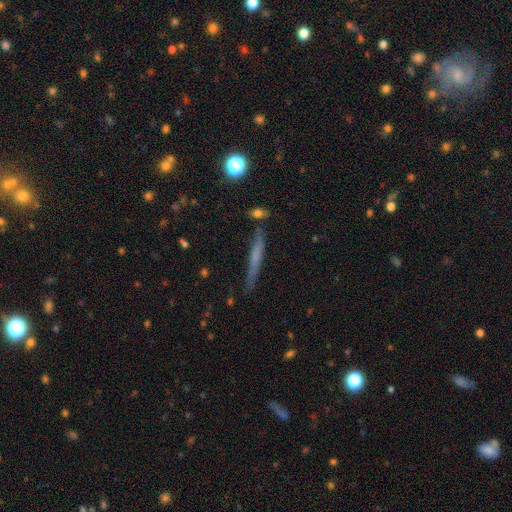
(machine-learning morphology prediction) Smooth or featured: smooth — 48% (featured or disk — 42%)
Merging: none — 78% (minor disturbance — 15%)